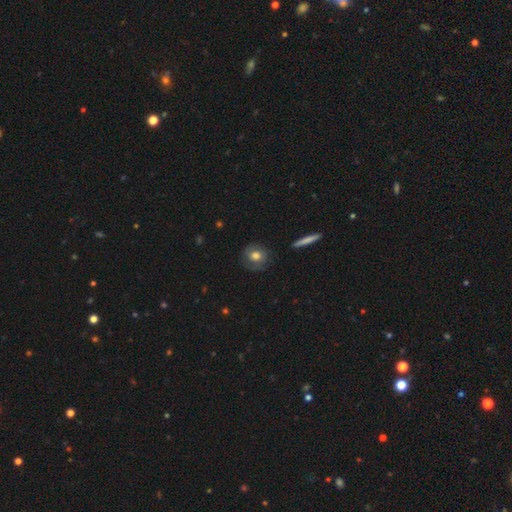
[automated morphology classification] type=smooth (57%); roundness=round (78%); merging=none (78%).